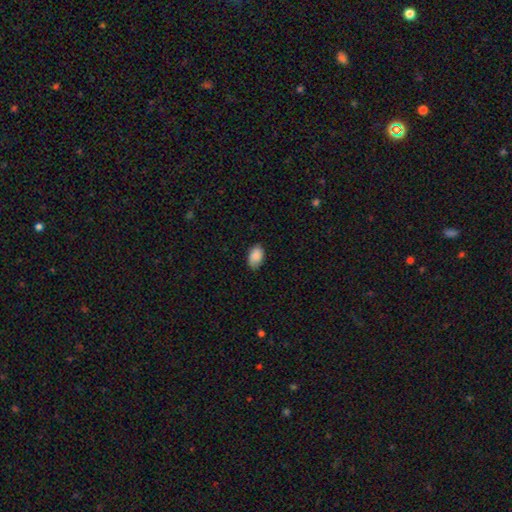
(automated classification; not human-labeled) smooth 88%, star or artifact 7%, featured or disk 5%. Down the decision tree: how rounded — in between (91%); merging — none (80%).